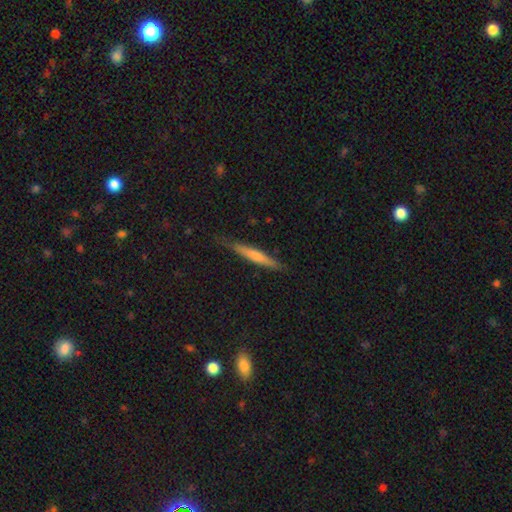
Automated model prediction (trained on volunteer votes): Smooth or featured? Predicted: smooth (p=0.58). How rounded? Predicted: cigar-shaped (p=0.94). Merging? Predicted: none (p=0.83).